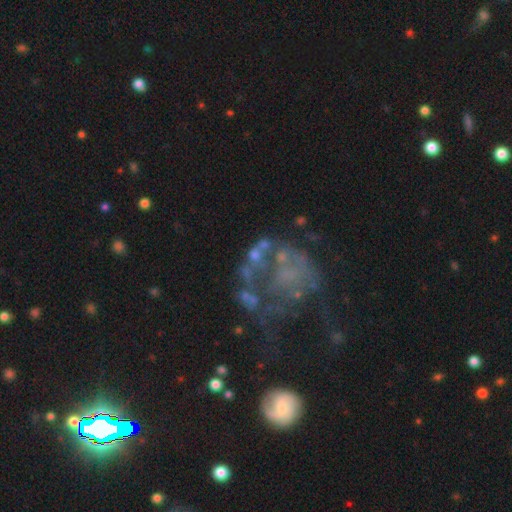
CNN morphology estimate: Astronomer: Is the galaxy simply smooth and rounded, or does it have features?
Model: featured or disk — 54%.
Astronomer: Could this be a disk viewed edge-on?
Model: no — 98%.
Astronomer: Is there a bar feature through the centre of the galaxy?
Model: no — 93%.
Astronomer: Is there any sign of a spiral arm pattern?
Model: no — 92%.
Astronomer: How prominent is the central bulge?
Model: none — 75%.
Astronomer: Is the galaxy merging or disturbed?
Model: major disturbance — 34% (runner-up: none, 30%).